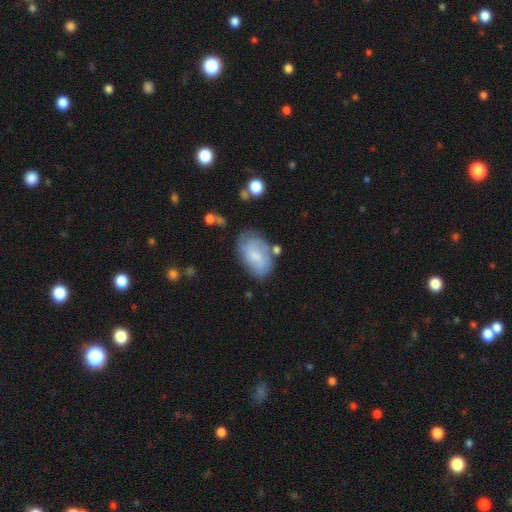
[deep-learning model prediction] Smooth or featured? smooth (52%)
How rounded? in between (89%)
Merging? none (62%)